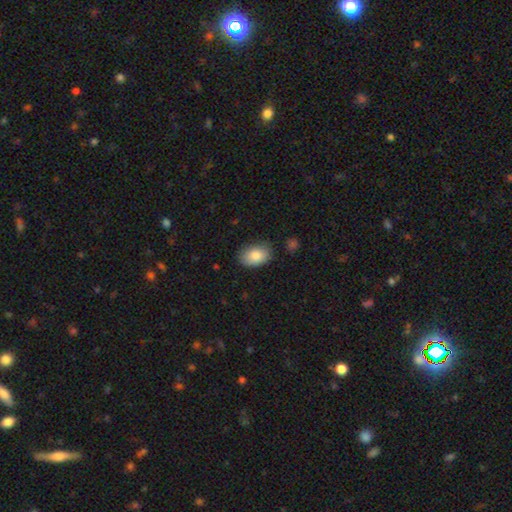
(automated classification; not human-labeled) The model was most divided on "merging": none: 77%, minor disturbance: 18%, major disturbance: 4%, merger: 2%. More confident: smooth or featured — smooth (86%); how rounded — in between (85%).